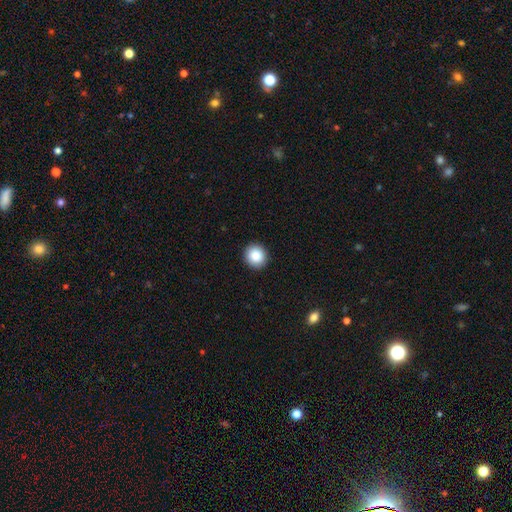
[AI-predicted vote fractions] Overall: smooth (87%). How rounded: round (89%). Merging: none (93%).